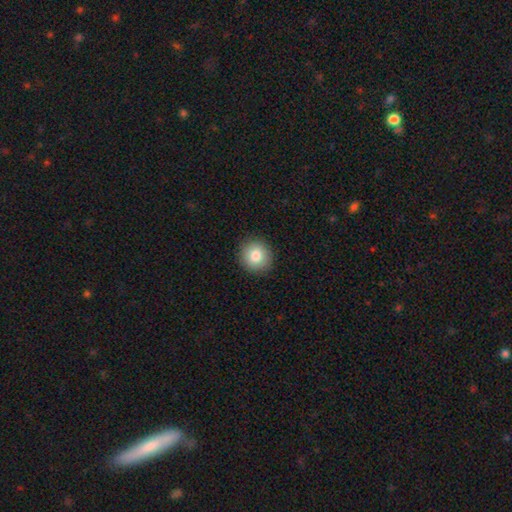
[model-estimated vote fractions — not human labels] Smooth or featured: smooth — 83% (star or artifact — 9%)
How rounded: round — 90% (in between — 9%)
Merging: none — 91% (minor disturbance — 6%)